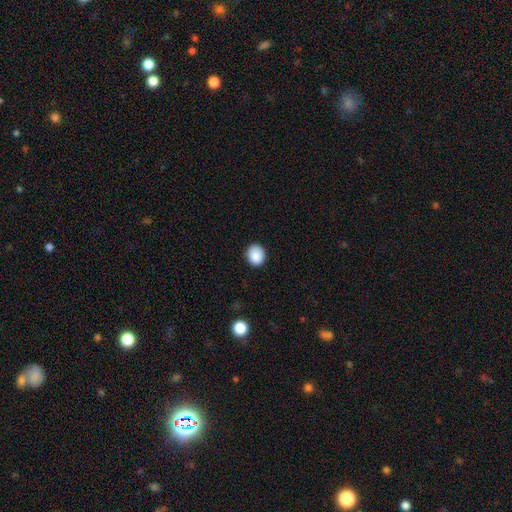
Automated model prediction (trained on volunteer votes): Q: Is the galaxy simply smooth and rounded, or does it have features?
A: smooth — 88%.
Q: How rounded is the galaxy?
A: round — 74%.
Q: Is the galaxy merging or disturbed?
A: none — 87%.